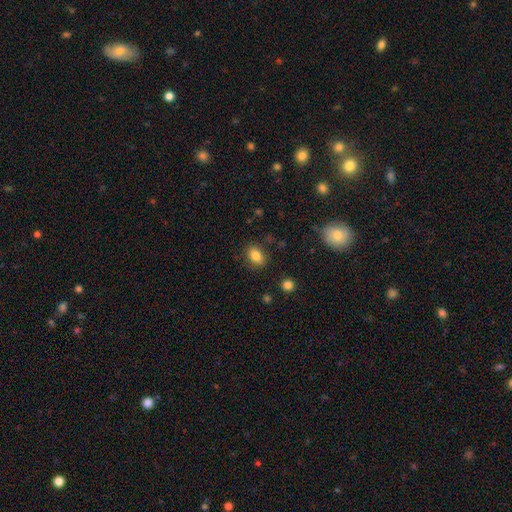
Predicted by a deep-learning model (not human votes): Q: Smooth or featured?
A: smooth (83%); runner-up: star or artifact (10%)
Q: How rounded?
A: in between (80%); runner-up: round (18%)
Q: Merging?
A: none (83%); runner-up: minor disturbance (12%)